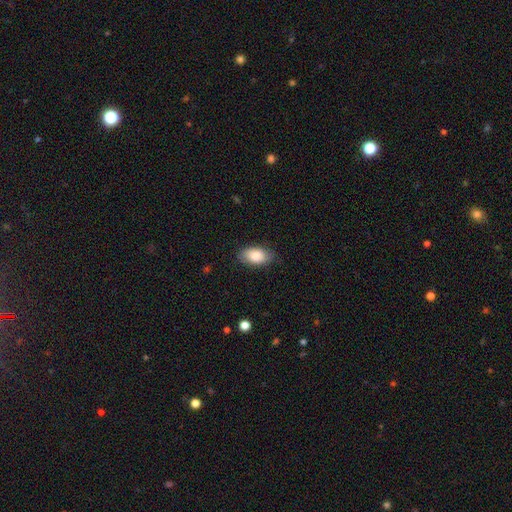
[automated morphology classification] The model was most divided on "merging": none: 82%, minor disturbance: 14%, major disturbance: 3%, merger: 1%. More confident: how rounded — in between (93%); smooth or featured — smooth (85%).